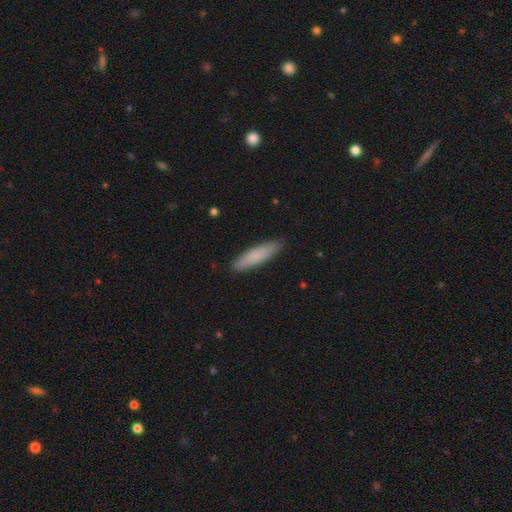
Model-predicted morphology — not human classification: Smooth or featured: smooth — 83% (featured or disk — 11%)
How rounded: cigar-shaped — 74% (in between — 25%)
Merging: none — 89% (minor disturbance — 8%)